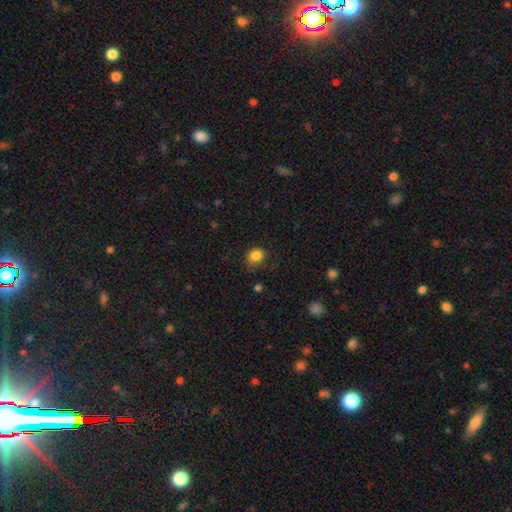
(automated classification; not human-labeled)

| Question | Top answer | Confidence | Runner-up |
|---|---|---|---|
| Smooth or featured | smooth | 85% | star or artifact (11%) |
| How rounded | round | 69% | in between (30%) |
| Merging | none | 73% | minor disturbance (21%) |